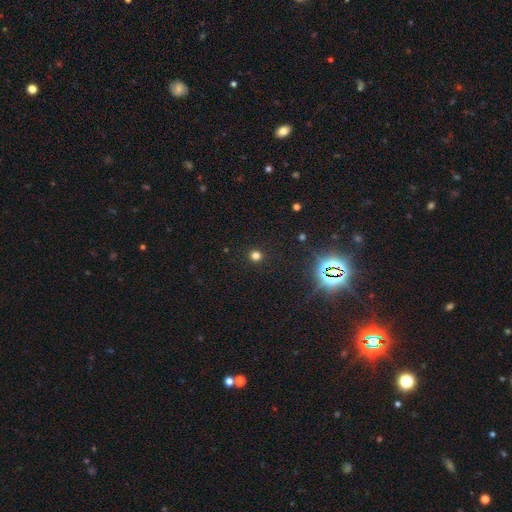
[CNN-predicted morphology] smooth 72%, star or artifact 23%, featured or disk 5%. Down the decision tree: how rounded — round (93%); merging — none (91%).